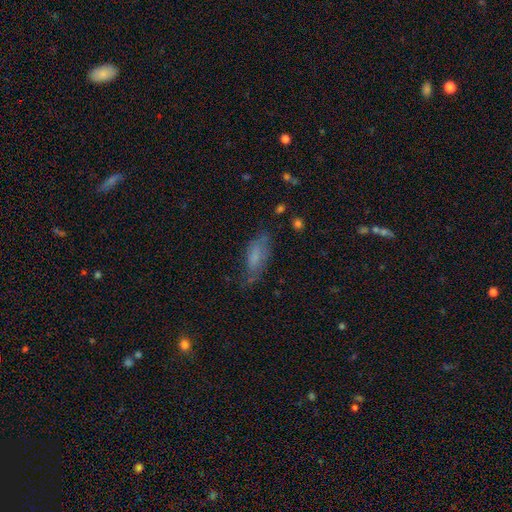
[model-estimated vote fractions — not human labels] Overall: smooth (65%). How rounded: in between (76%). Merging: none (53%; minor disturbance 30%).